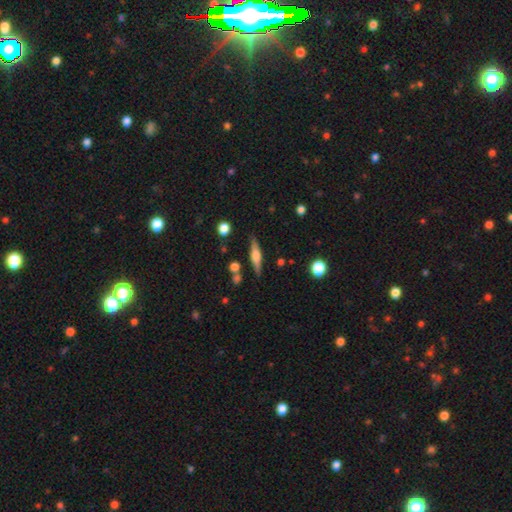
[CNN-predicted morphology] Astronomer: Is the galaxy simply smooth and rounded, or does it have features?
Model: featured or disk — 53% (runner-up: smooth, 39%).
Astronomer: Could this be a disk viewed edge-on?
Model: yes — 95%.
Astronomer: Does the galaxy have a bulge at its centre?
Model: rounded — 75%.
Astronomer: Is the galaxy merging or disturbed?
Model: none — 82%.